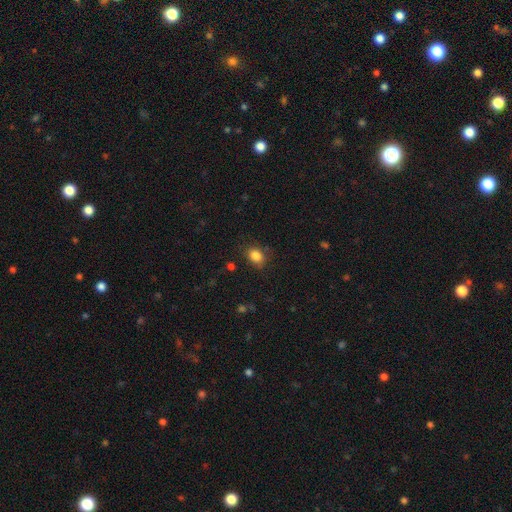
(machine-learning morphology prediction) smooth-or-featured: smooth: 84% | star or artifact: 10% | featured or disk: 5%
  how-rounded: in between: 61% | round: 38% | cigar-shaped: 1%
  merging: none: 76% | minor disturbance: 18% | major disturbance: 5% | merger: 2%